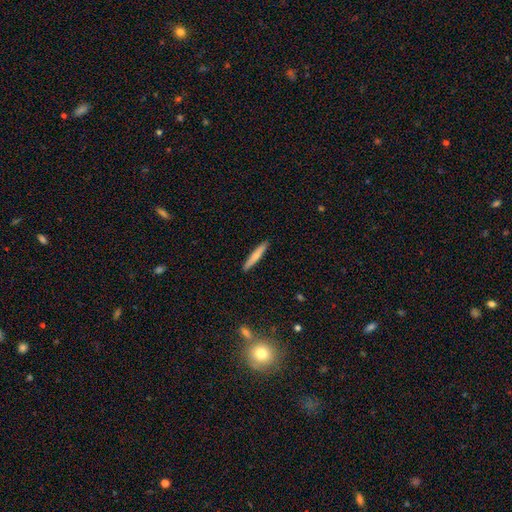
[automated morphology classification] Q: Smooth or featured?
A: smooth (70%); runner-up: featured or disk (25%)
Q: How rounded?
A: cigar-shaped (94%); runner-up: in between (5%)
Q: Merging?
A: none (91%); runner-up: minor disturbance (6%)